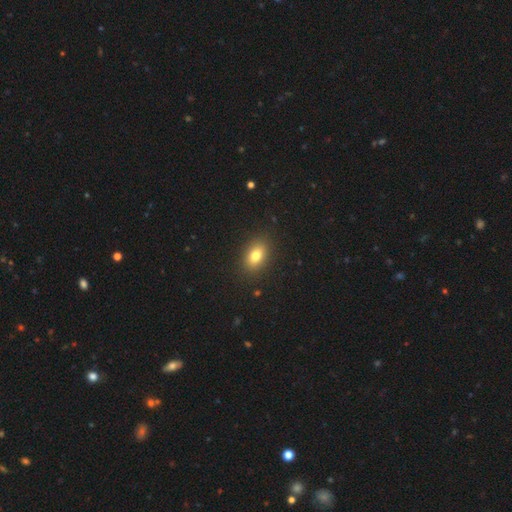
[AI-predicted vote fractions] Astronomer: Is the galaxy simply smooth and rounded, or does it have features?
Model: smooth — 79%.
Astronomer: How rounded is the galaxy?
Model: in between — 82%.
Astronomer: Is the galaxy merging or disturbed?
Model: none — 88%.